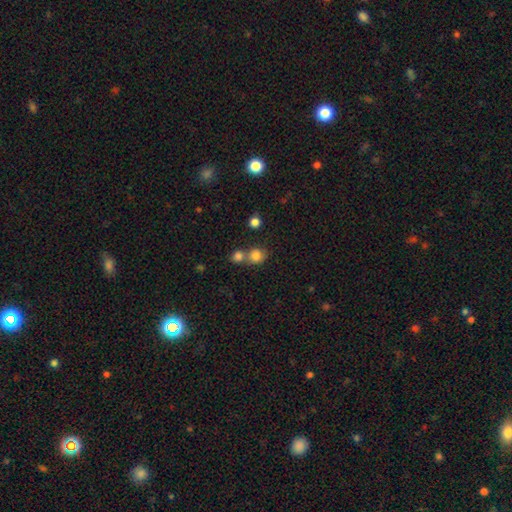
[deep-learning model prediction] Smooth or featured?
  - smooth: 82% *
  - star or artifact: 12%
  - featured or disk: 7%
How rounded?
  - round: 80% *
  - in between: 19%
  - cigar-shaped: 1%
Merging?
  - none: 48% *
  - merger: 40%
  - minor disturbance: 9%
  - major disturbance: 4%